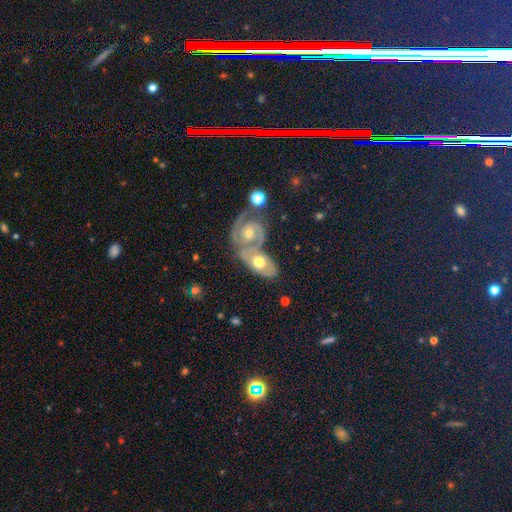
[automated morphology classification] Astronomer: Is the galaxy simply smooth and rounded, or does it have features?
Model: featured or disk — 49% (runner-up: smooth, 27%).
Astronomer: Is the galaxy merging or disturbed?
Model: merger — 53% (runner-up: none, 32%).